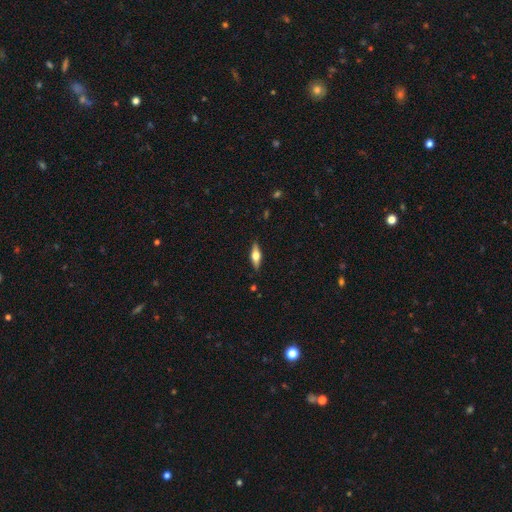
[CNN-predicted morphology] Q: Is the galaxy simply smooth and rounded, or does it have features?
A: featured or disk — 51%.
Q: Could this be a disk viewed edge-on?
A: yes — 93%.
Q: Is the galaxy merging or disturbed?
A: none — 88%.